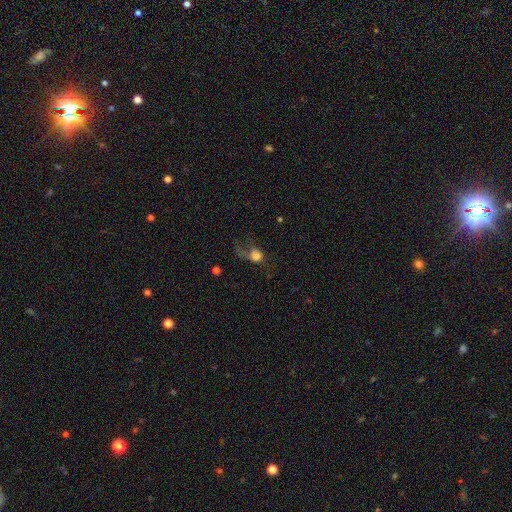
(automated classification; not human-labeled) Smooth or featured? smooth (63%)
How rounded? round (57%)
Merging? major disturbance (55%)